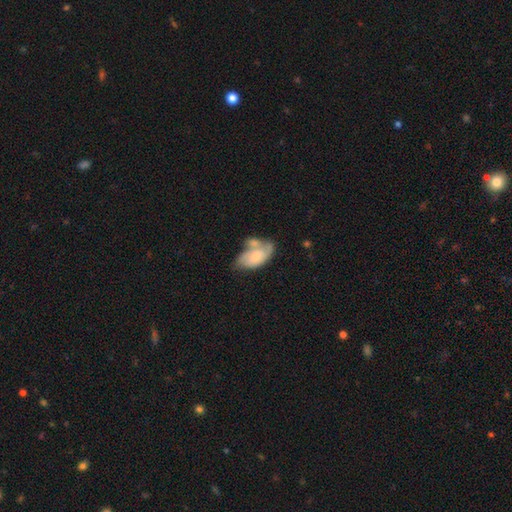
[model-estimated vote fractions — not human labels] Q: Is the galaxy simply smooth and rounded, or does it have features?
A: smooth — 61%.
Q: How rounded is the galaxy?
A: in between — 93%.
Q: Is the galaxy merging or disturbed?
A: merger — 40%.